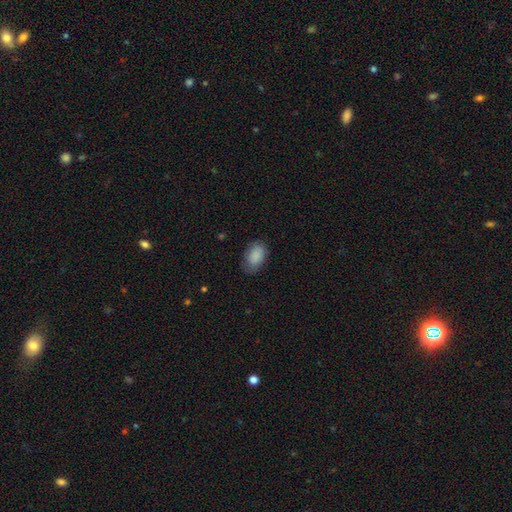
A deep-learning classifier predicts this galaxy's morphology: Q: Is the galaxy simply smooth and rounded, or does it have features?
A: smooth — 87%.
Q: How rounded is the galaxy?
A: in between — 91%.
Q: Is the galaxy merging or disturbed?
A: none — 73%.